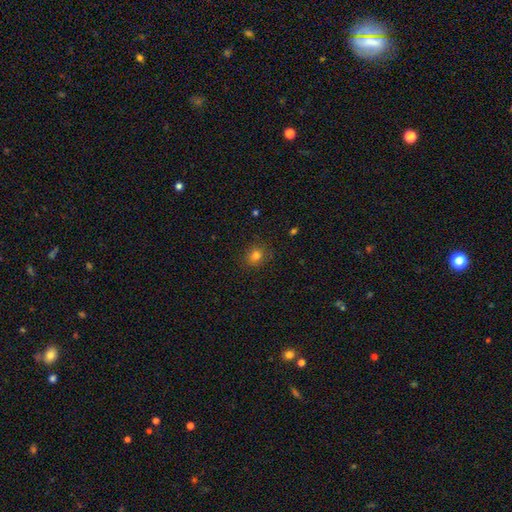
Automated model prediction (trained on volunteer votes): Smooth or featured: smooth — 79% (star or artifact — 14%)
How rounded: round — 72% (in between — 27%)
Merging: none — 85% (minor disturbance — 11%)